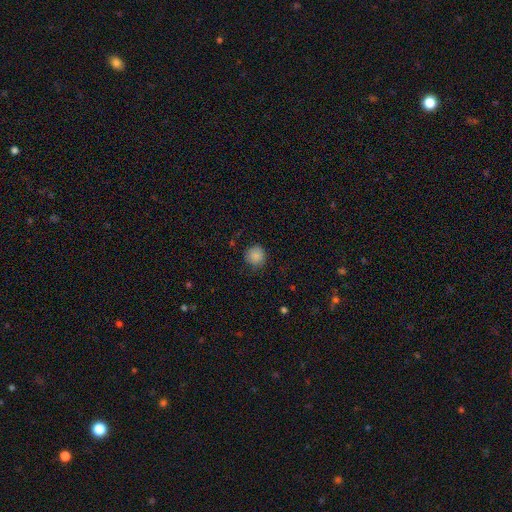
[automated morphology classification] Smooth or featured? Predicted: smooth (p=0.87). How rounded? Predicted: round (p=0.91). Merging? Predicted: none (p=0.81).